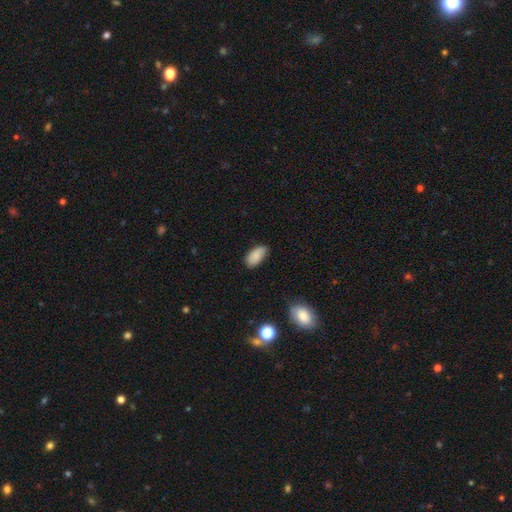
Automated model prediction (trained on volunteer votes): A smooth galaxy with no disk features (85%) that is in between round and cigar-shaped (93%). Merging: none (68%).